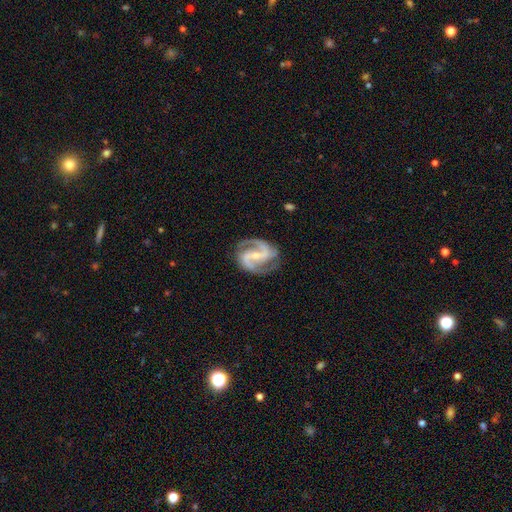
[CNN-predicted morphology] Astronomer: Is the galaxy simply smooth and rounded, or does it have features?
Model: featured or disk — 93%.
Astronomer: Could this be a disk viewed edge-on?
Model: no — 98%.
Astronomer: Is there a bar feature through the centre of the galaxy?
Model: strong — 49% (runner-up: weak, 35%).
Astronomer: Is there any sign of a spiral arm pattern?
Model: yes — 98%.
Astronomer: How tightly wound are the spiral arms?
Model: medium — 62%.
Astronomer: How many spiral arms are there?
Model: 2 — 93%.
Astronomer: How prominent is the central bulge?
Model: small — 66%.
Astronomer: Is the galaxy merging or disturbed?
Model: none — 82%.